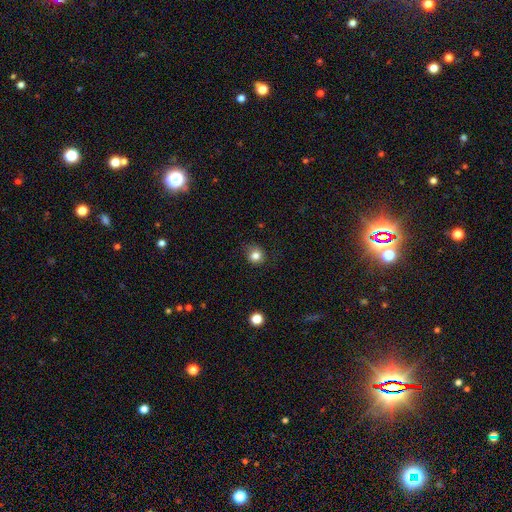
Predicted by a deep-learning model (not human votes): A smooth galaxy with no disk features (81%) that is round (86%).

Vote fractions:
- Smooth or featured? smooth: 81% / star or artifact: 12% / featured or disk: 6%
- How rounded? round: 86% / in between: 13% / cigar-shaped: 1%
- Merging? none: 78% / minor disturbance: 16% / major disturbance: 4% / merger: 1%